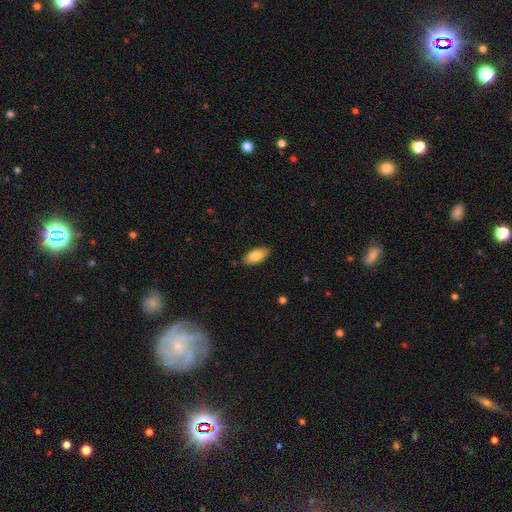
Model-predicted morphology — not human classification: type=smooth (81%); roundness=in between (90%); merging=none (86%).